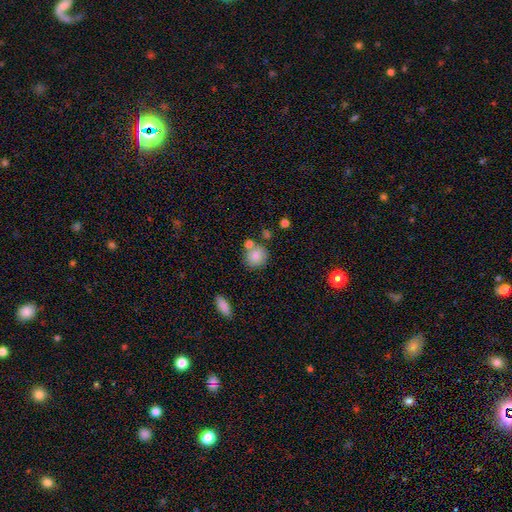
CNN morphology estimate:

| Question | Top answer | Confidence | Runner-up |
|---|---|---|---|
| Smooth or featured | smooth | 83% | star or artifact (9%) |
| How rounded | round | 84% | in between (15%) |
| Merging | none | 60% | merger (23%) |